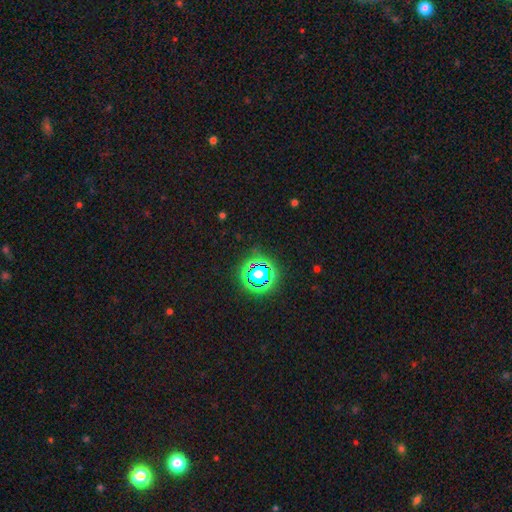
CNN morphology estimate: Smooth or featured: star or artifact — 79% (smooth — 14%)